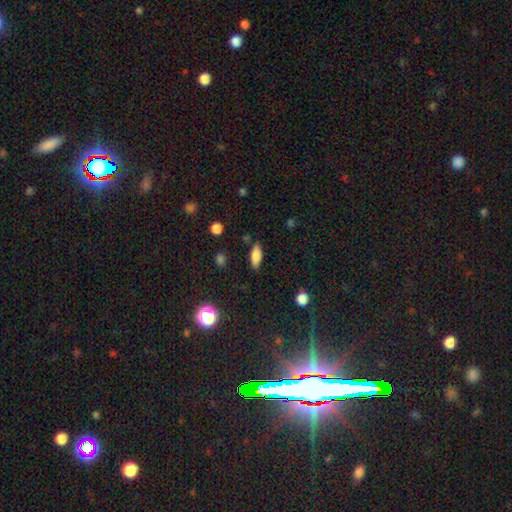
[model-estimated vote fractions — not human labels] This is likely a smooth galaxy (79%). How rounded: likely in between (70%). Merging: clearly none (81%).